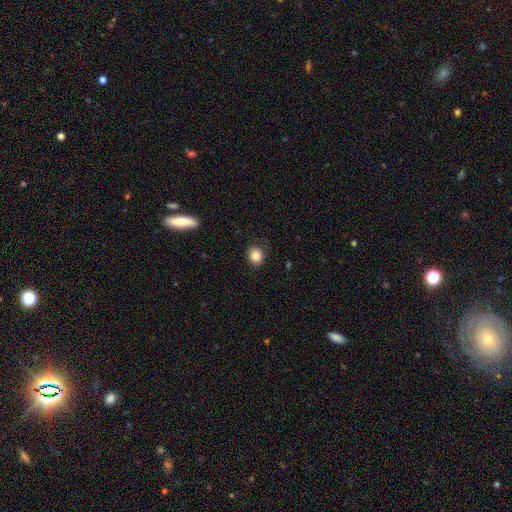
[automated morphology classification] A smooth galaxy with no disk features (85%) that is round (65%).

Vote fractions:
- Smooth or featured? smooth: 85% / star or artifact: 10% / featured or disk: 5%
- How rounded? round: 65% / in between: 34% / cigar-shaped: 1%
- Merging? none: 83% / minor disturbance: 13% / major disturbance: 3% / merger: 1%